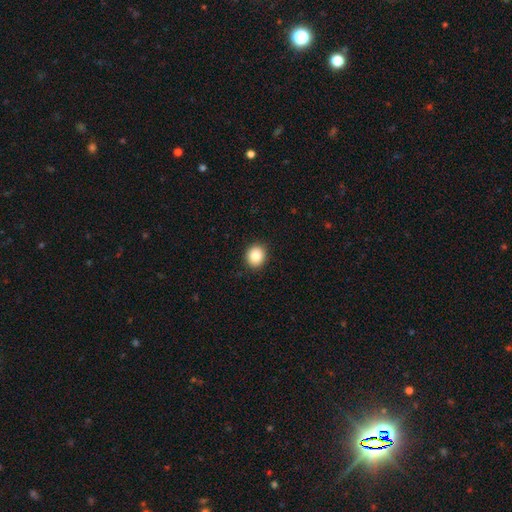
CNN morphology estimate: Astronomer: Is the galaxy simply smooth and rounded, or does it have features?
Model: smooth — 87%.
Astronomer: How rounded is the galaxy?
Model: round — 76%.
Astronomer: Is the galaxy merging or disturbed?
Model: none — 90%.